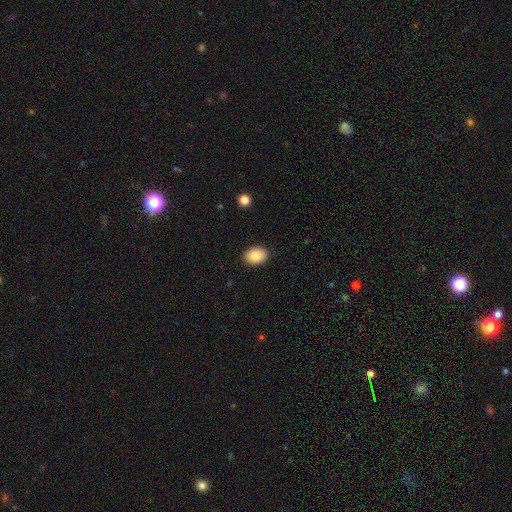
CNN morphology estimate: A smooth galaxy with no disk features (88%) that is in between round and cigar-shaped (76%).

Vote fractions:
- Smooth or featured? smooth: 88% / star or artifact: 7% / featured or disk: 5%
- How rounded? in between: 76% / round: 23% / cigar-shaped: 1%
- Merging? none: 89% / minor disturbance: 8% / major disturbance: 2% / merger: 1%